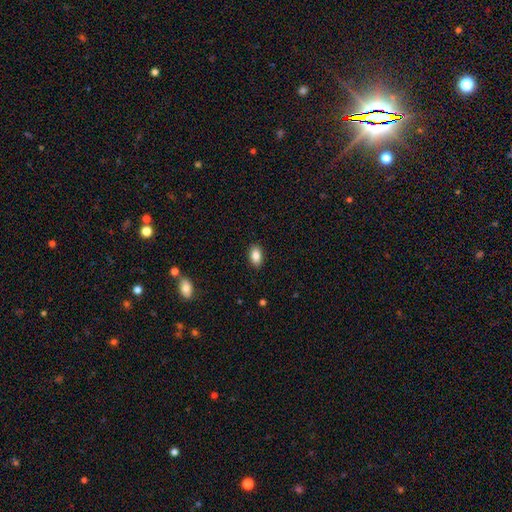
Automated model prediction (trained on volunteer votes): Smooth or featured? Predicted: smooth (p=0.86). How rounded? Predicted: in between (p=0.90). Merging? Predicted: none (p=0.89).